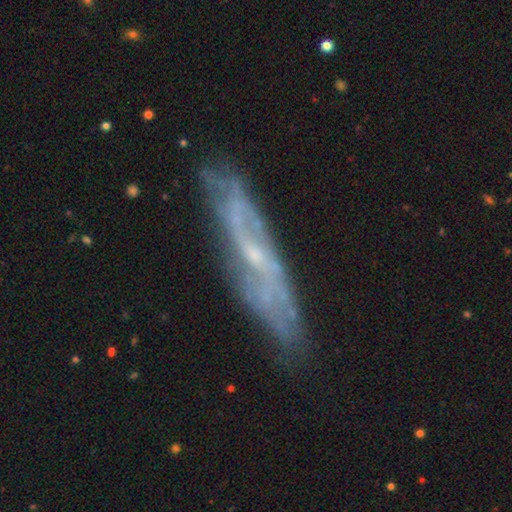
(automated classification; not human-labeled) Morphology: type=featured or disk (75%); edge-on=no (60%); merging=none (79%).